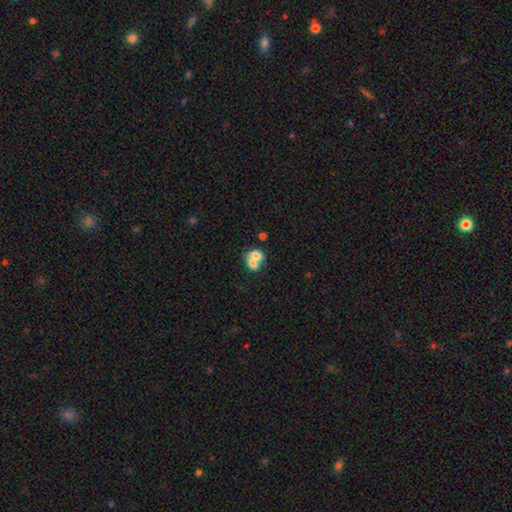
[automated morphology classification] Overall: smooth (68%). How rounded: in between (65%; round 34%). Merging: merger (69%).